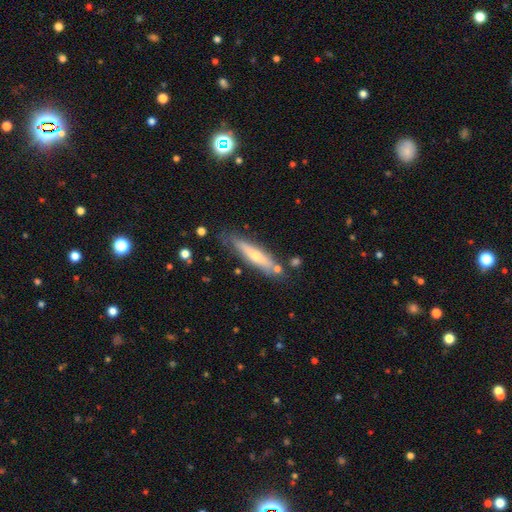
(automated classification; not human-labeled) This appears to be a featured or disk galaxy (54%) viewed edge-on (81%). Merging: none (75%).